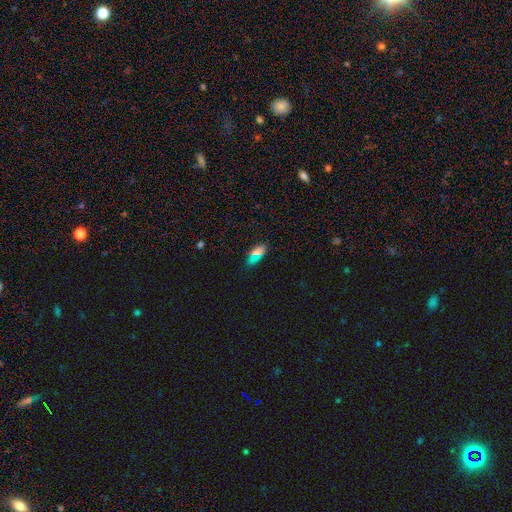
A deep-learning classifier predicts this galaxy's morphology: smooth 67%, star or artifact 21%, featured or disk 12%. Down the decision tree: how rounded — in between (82%); merging — none (81%).